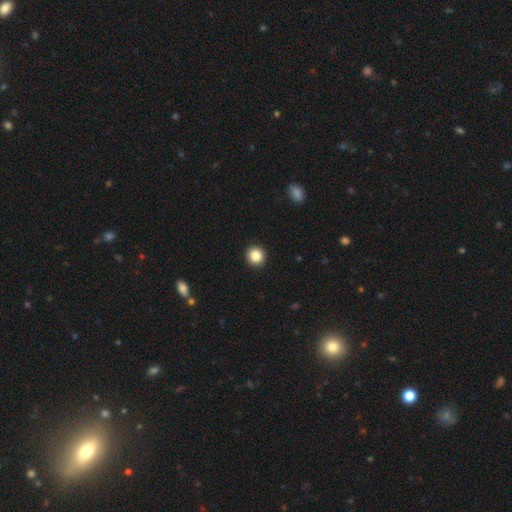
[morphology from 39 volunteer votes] This is clearly a smooth galaxy (97%). How rounded: clearly round (92%). Merging: clearly none (97%).